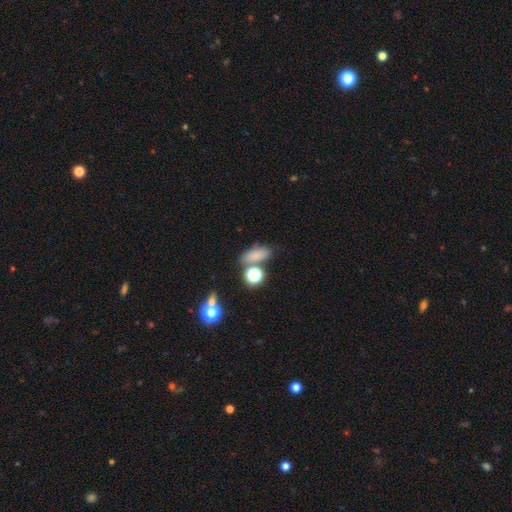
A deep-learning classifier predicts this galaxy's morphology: type=smooth (76%); roundness=in between (73%); merging=none (63%).